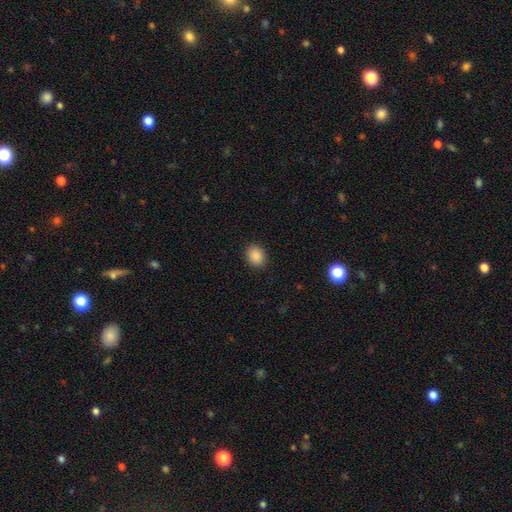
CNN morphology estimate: Q: Smooth or featured?
A: smooth (88%); runner-up: star or artifact (9%)
Q: How rounded?
A: round (57%); runner-up: in between (42%)
Q: Merging?
A: none (90%); runner-up: minor disturbance (7%)